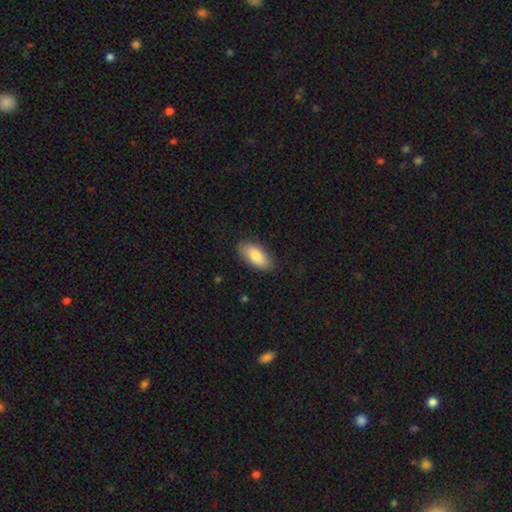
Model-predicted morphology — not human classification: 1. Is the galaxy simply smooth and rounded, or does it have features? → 86% smooth, 8% featured or disk, 6% star or artifact.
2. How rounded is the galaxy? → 90% in between, 8% cigar-shaped, 2% round.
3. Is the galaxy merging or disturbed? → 83% none, 13% minor disturbance, 3% major disturbance, 1% merger.